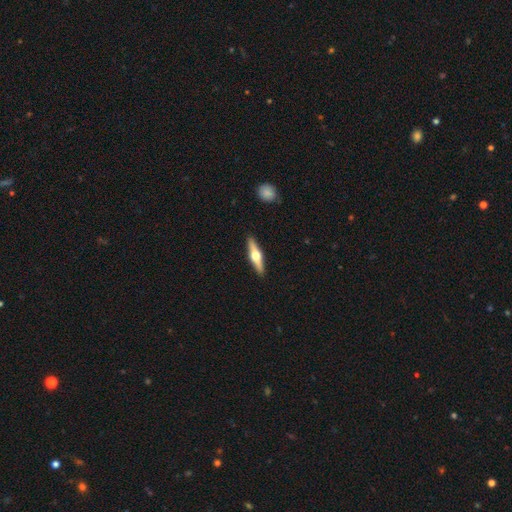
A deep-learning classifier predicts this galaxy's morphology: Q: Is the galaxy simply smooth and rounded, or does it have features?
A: featured or disk — 68%.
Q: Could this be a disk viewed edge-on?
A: yes — 97%.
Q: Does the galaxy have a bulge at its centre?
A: rounded — 96%.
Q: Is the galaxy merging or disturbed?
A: none — 91%.